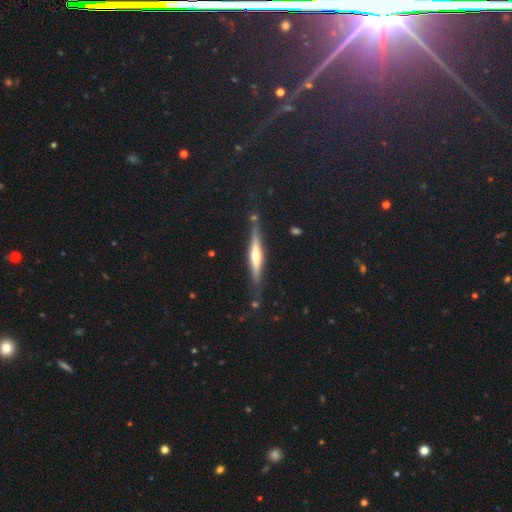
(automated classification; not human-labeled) This appears to be a featured or disk galaxy (65%) viewed edge-on (95%) with a rounded central bulge (75%). Merging: none (78%).